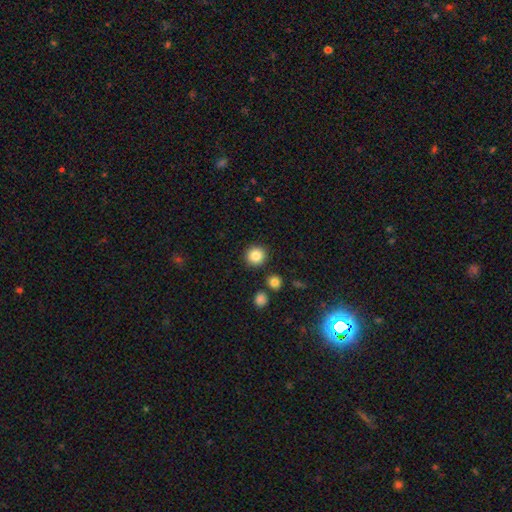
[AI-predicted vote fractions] Q: Smooth or featured?
A: smooth (86%); runner-up: star or artifact (10%)
Q: How rounded?
A: round (93%); runner-up: in between (6%)
Q: Merging?
A: none (90%); runner-up: minor disturbance (6%)